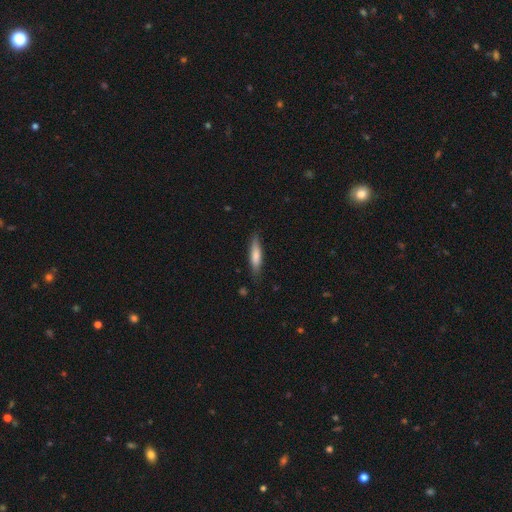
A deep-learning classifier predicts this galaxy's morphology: Smooth or featured?
  - smooth: 75% *
  - featured or disk: 20%
  - star or artifact: 6%
How rounded?
  - cigar-shaped: 77% *
  - in between: 22%
  - round: 1%
Merging?
  - none: 82% *
  - minor disturbance: 14%
  - major disturbance: 3%
  - merger: 1%